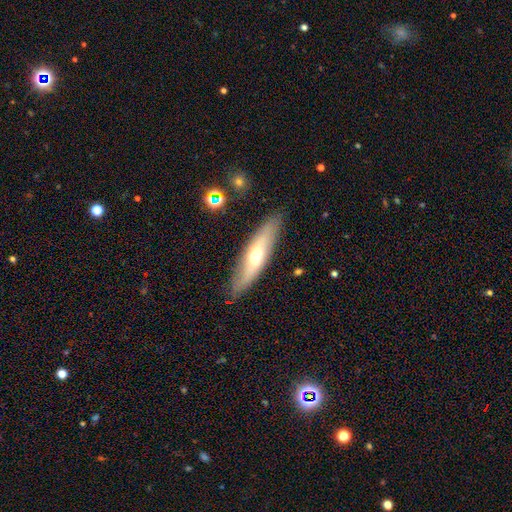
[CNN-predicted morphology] This is possibly a featured or disk galaxy (49%). Merging: clearly none (86%).